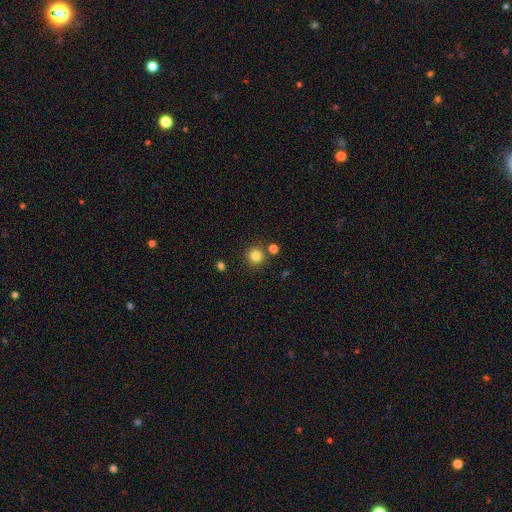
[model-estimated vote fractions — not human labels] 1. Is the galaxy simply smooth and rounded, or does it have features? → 83% smooth, 12% star or artifact, 5% featured or disk.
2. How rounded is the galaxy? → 94% round, 5% in between, 1% cigar-shaped.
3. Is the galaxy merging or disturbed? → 84% none, 7% minor disturbance, 7% merger, 2% major disturbance.